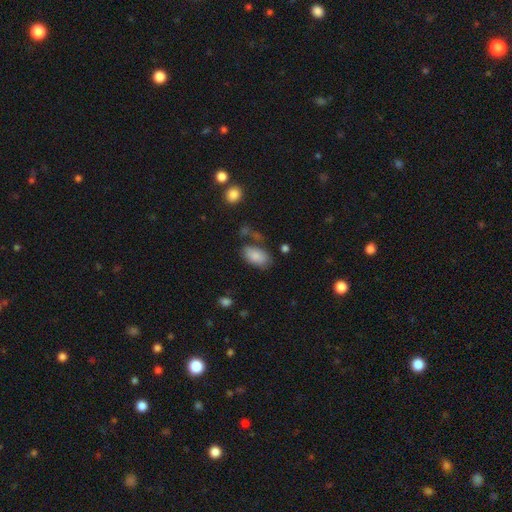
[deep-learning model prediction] smooth-or-featured: smooth: 85% | featured or disk: 8% | star or artifact: 7%
  how-rounded: in between: 94% | round: 4% | cigar-shaped: 2%
  merging: none: 65% | minor disturbance: 20% | merger: 8% | major disturbance: 7%